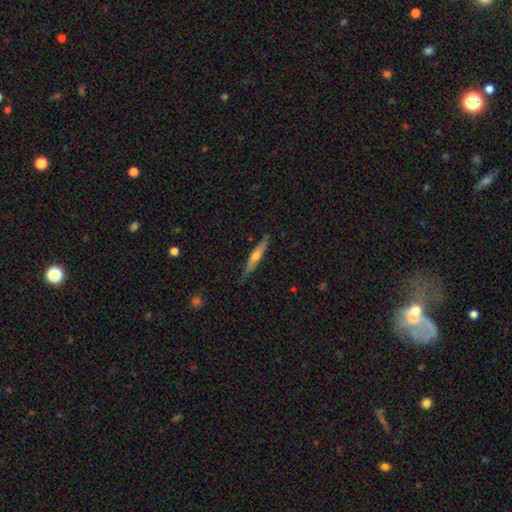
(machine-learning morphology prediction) type=featured or disk (54%); edge-on=yes (94%); edge-on bulge=rounded (80%); merging=none (85%).